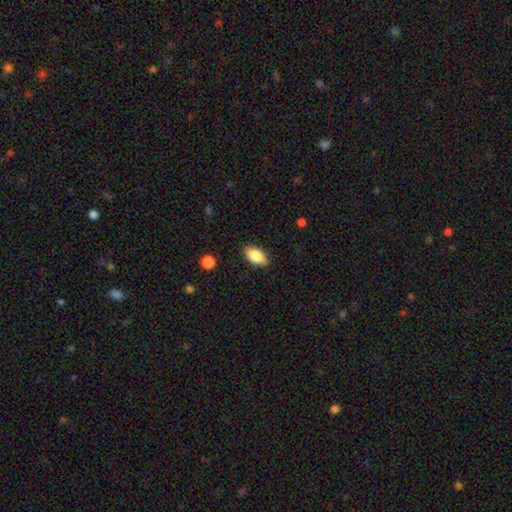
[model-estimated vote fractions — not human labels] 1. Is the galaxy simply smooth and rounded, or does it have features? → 84% smooth, 9% featured or disk, 7% star or artifact.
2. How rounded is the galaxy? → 90% in between, 6% cigar-shaped, 4% round.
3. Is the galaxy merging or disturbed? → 86% none, 11% minor disturbance, 2% major disturbance, 1% merger.